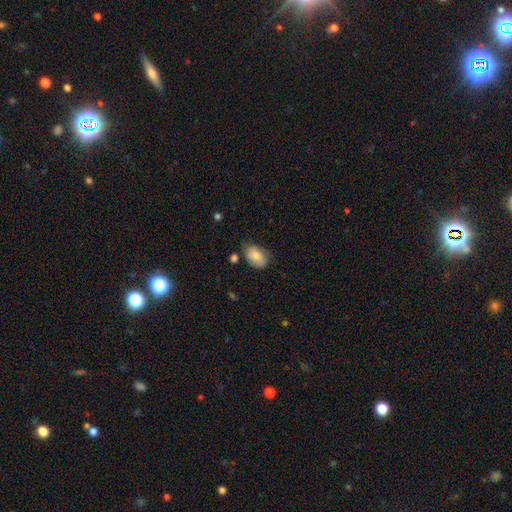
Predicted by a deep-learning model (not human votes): This is likely a smooth galaxy (78%). How rounded: clearly in between (86%). Merging: likely none (64%).